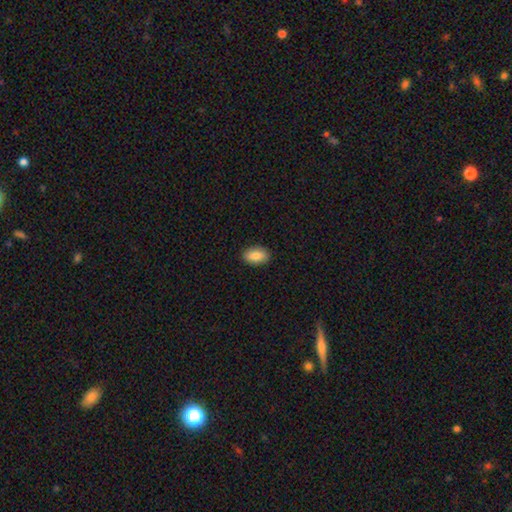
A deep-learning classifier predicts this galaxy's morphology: Q: Smooth or featured?
A: smooth (86%); runner-up: star or artifact (7%)
Q: How rounded?
A: in between (92%); runner-up: round (6%)
Q: Merging?
A: none (90%); runner-up: minor disturbance (8%)